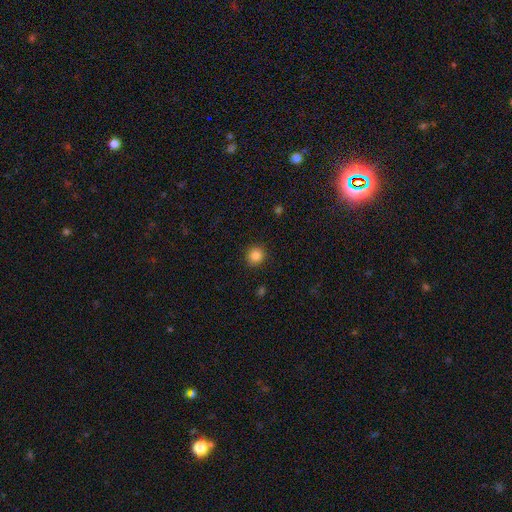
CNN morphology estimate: smooth 86%, star or artifact 11%, featured or disk 3%. Down the decision tree: how rounded — round (91%); merging — none (91%).